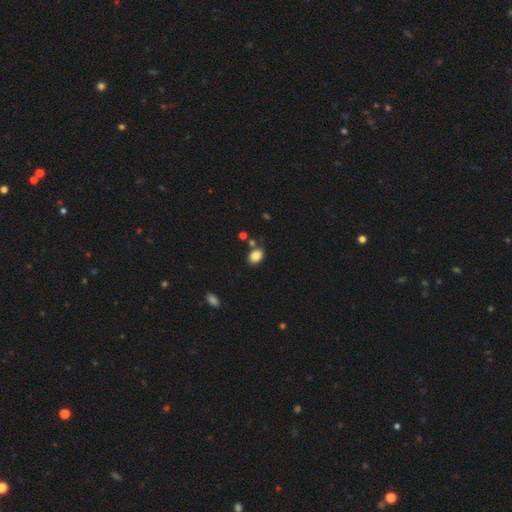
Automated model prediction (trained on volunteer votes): Smooth or featured?
  - smooth: 84% *
  - star or artifact: 9%
  - featured or disk: 7%
How rounded?
  - in between: 78% *
  - round: 21%
  - cigar-shaped: 1%
Merging?
  - none: 71% *
  - minor disturbance: 15%
  - merger: 10%
  - major disturbance: 4%